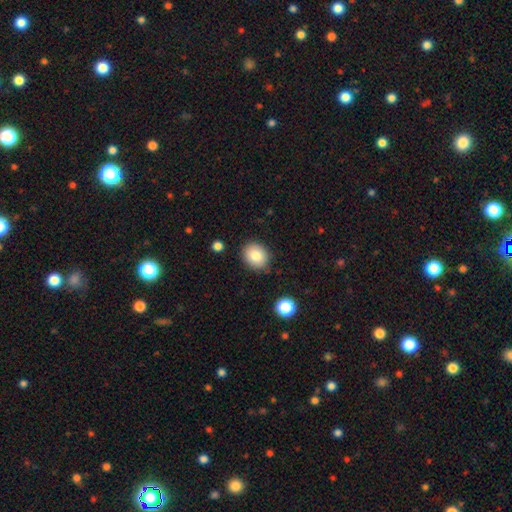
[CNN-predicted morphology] Smooth or featured: smooth — 83% (star or artifact — 9%)
How rounded: round — 65% (in between — 34%)
Merging: none — 85% (minor disturbance — 10%)